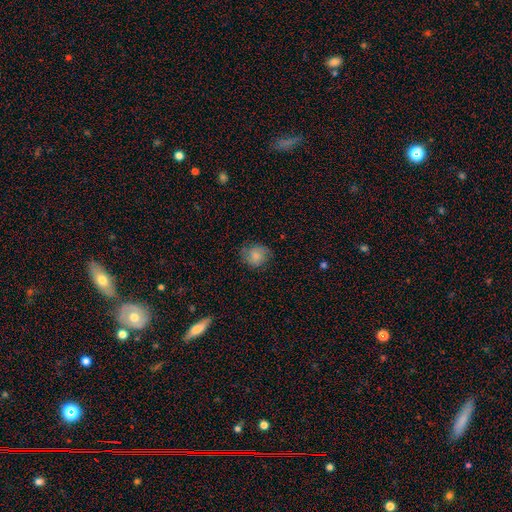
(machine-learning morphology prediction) Smooth or featured?
  - smooth: 77% *
  - featured or disk: 15%
  - star or artifact: 9%
How rounded?
  - round: 75% *
  - in between: 24%
  - cigar-shaped: 1%
Merging?
  - none: 73% *
  - minor disturbance: 20%
  - major disturbance: 6%
  - merger: 1%